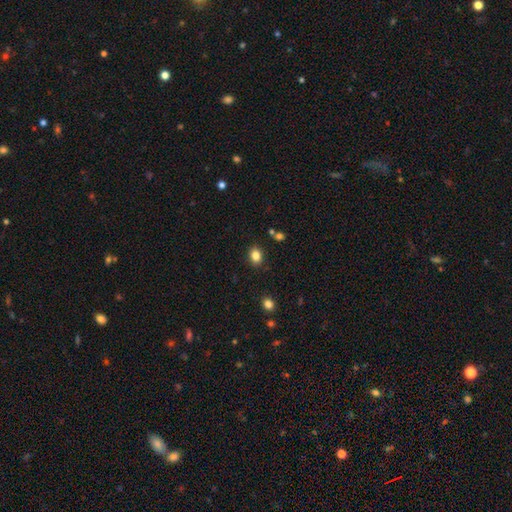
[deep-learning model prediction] Smooth or featured? smooth (84%)
How rounded? in between (60%)
Merging? none (86%)